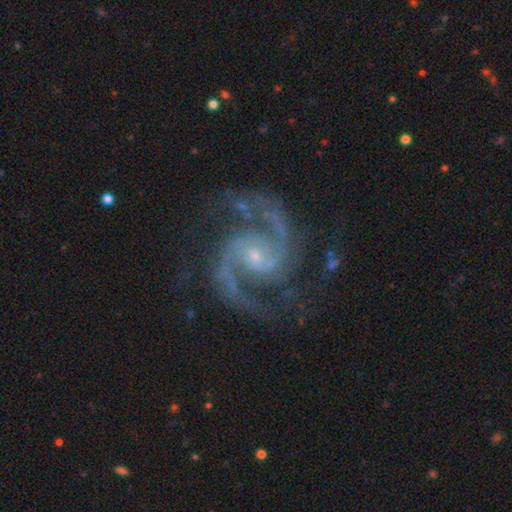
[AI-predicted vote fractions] Smooth or featured? featured or disk (94%)
Edge-on disk? no (98%)
Bar? no (55%)
Spiral arms? yes (99%)
Spiral winding? medium (67%)
Spiral arm count? 2 (90%)
Bulge size? small (76%)
Merging? none (78%)